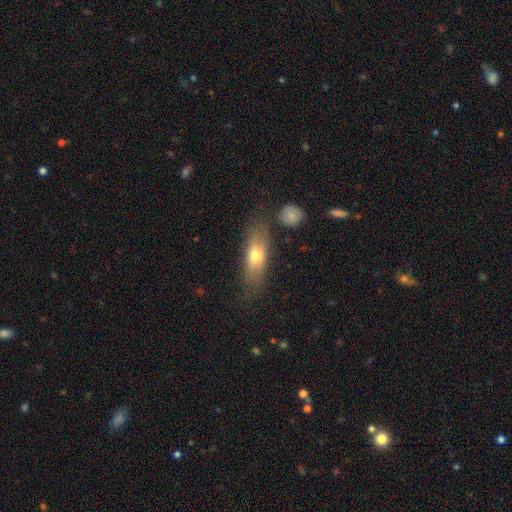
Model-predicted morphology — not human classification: Overall: smooth (63%; featured or disk 29%). How rounded: in between (59%; cigar-shaped 36%). Merging: none (69%).